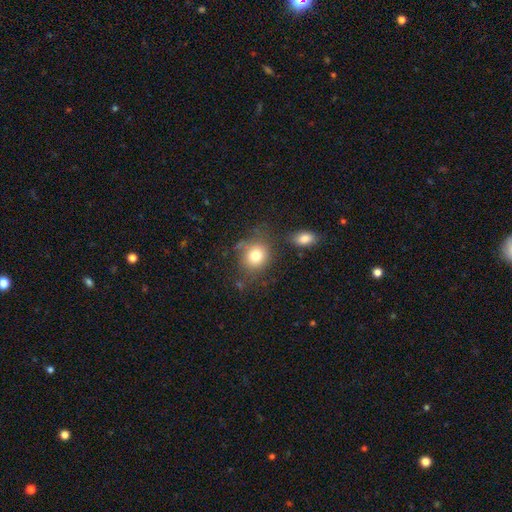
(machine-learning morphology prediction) Q: Smooth or featured?
A: smooth (79%); runner-up: star or artifact (11%)
Q: How rounded?
A: round (74%); runner-up: in between (25%)
Q: Merging?
A: none (68%); runner-up: minor disturbance (16%)